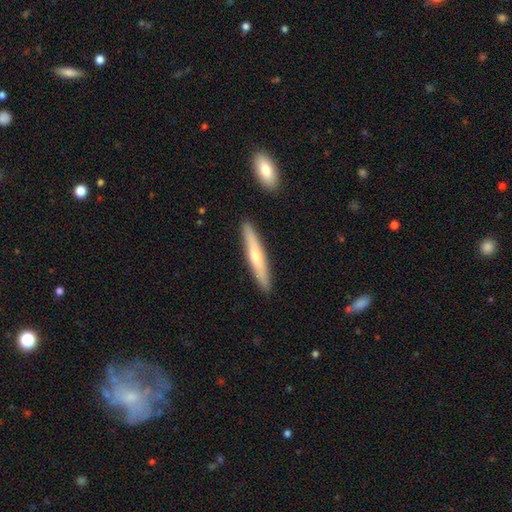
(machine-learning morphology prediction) Smooth or featured: smooth — 54% (featured or disk — 41%)
How rounded: cigar-shaped — 92% (in between — 6%)
Merging: none — 90% (minor disturbance — 7%)